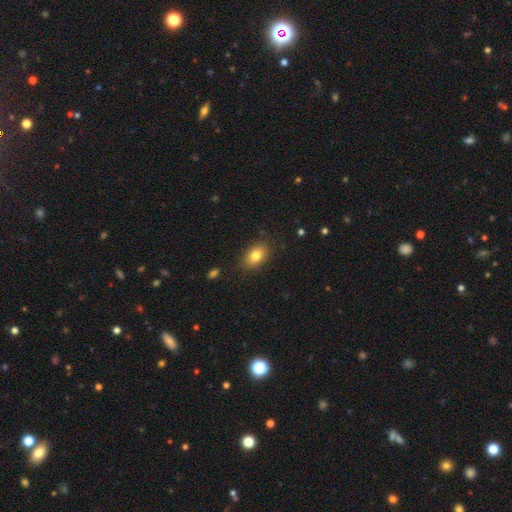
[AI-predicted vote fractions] Smooth or featured? smooth (81%)
How rounded? in between (83%)
Merging? none (84%)